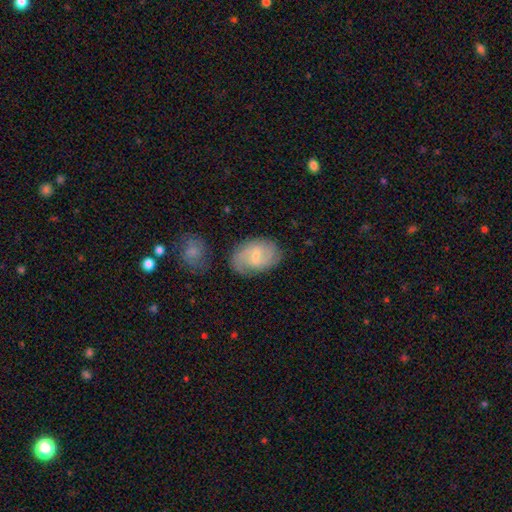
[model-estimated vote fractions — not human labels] A featured or disk galaxy (56%) with a weak bar (62%), spiral arms (82%) and a small central bulge (58%).

Vote fractions:
- Smooth or featured? featured or disk: 56% / smooth: 37% / star or artifact: 7%
- Edge-on disk? no: 96% / yes: 4%
- Bar? weak: 62% / no: 23% / strong: 15%
- Spiral arms? yes: 82% / no: 18%
- Bulge size? small: 58% / moderate: 35% / none: 4% / large: 2% / dominant: 1%
- Merging? none: 70% / minor disturbance: 20% / major disturbance: 6% / merger: 4%